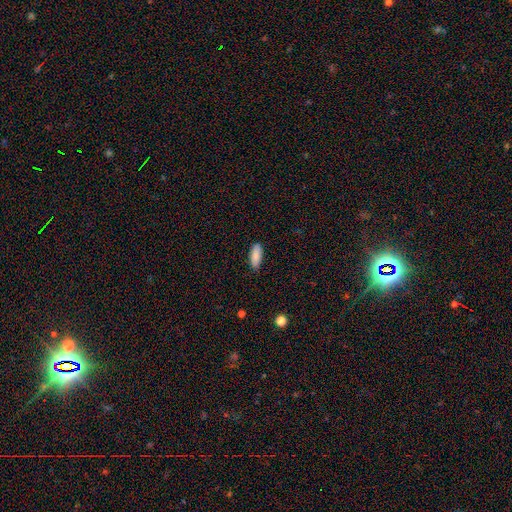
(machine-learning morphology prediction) This appears to be a smooth galaxy with no disk features (87%) that is in between round and cigar-shaped (75%). Merging: none (85%).